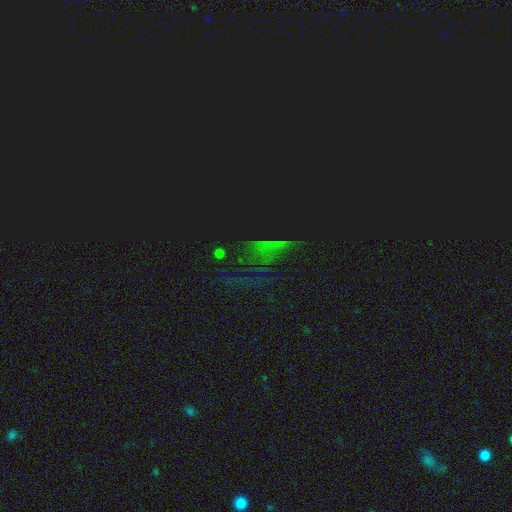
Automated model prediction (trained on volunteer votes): Smooth or featured? star or artifact (76%)